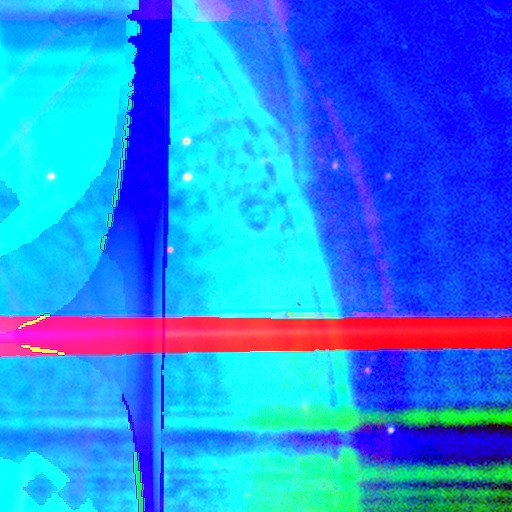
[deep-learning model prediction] star or artifact 83%, featured or disk 9%, smooth 7%.